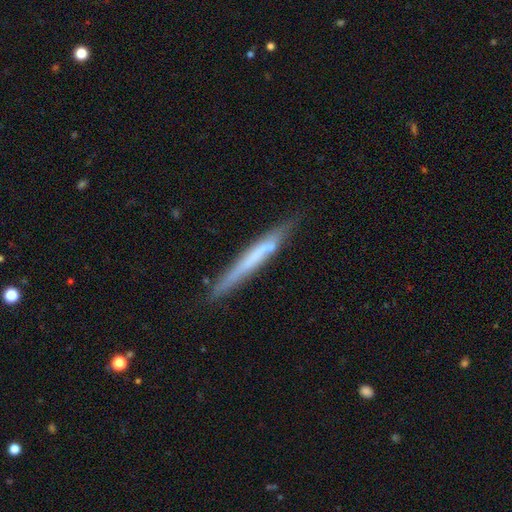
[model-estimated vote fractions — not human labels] featured or disk 50%, smooth 44%, star or artifact 6%. Down the decision tree: merging — none (80%).